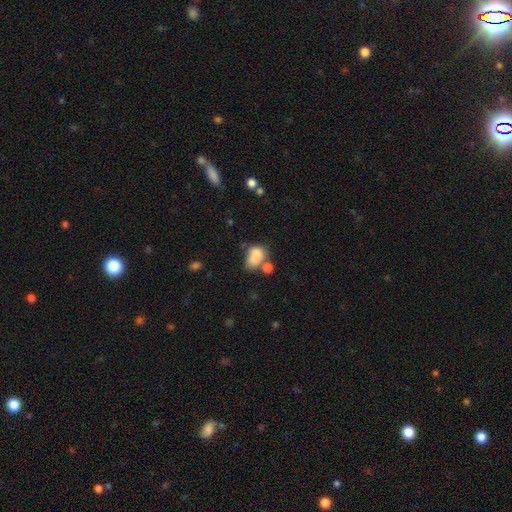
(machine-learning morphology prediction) Smooth or featured?
  - smooth: 78% *
  - featured or disk: 12%
  - star or artifact: 10%
How rounded?
  - in between: 80% *
  - round: 18%
  - cigar-shaped: 2%
Merging?
  - merger: 33% *
  - none: 29%
  - minor disturbance: 23%
  - major disturbance: 15%